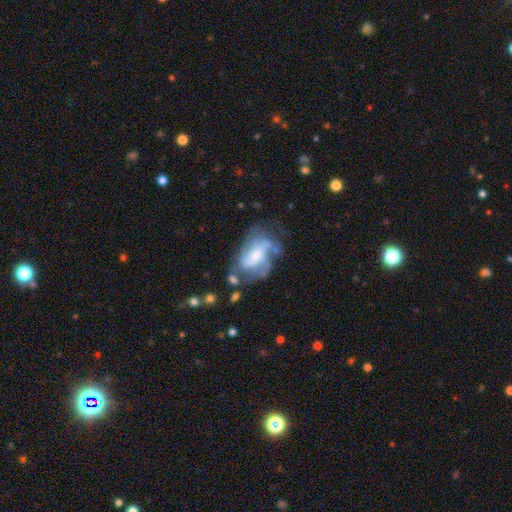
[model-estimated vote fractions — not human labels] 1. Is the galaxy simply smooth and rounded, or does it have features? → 71% featured or disk, 21% smooth, 8% star or artifact.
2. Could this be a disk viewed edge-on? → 96% no, 4% yes.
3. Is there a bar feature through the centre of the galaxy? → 47% no, 38% weak, 15% strong.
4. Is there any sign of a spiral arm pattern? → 79% yes, 21% no.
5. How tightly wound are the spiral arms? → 43% medium, 29% loose, 28% tight.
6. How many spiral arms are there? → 35% 2, 31% can't tell, 20% 3, 6% 4, 5% 1, 3% more than 4.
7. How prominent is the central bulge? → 38% moderate, 34% small, 13% none, 13% large, 2% dominant.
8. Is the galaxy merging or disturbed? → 45% none, 23% minor disturbance, 23% major disturbance, 9% merger.